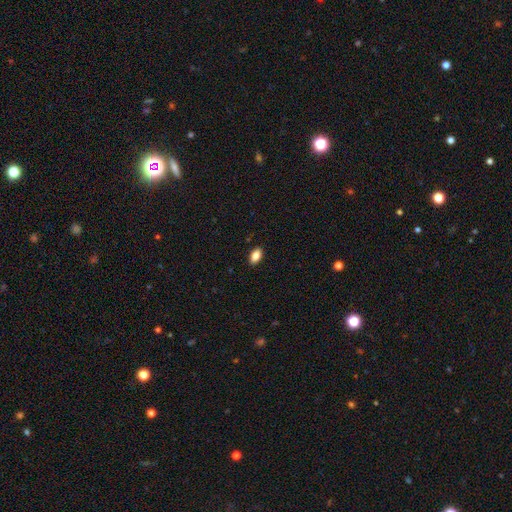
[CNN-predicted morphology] smooth-or-featured: smooth: 86% | star or artifact: 8% | featured or disk: 6%
  how-rounded: in between: 91% | round: 5% | cigar-shaped: 4%
  merging: none: 89% | minor disturbance: 8% | major disturbance: 2% | merger: 1%